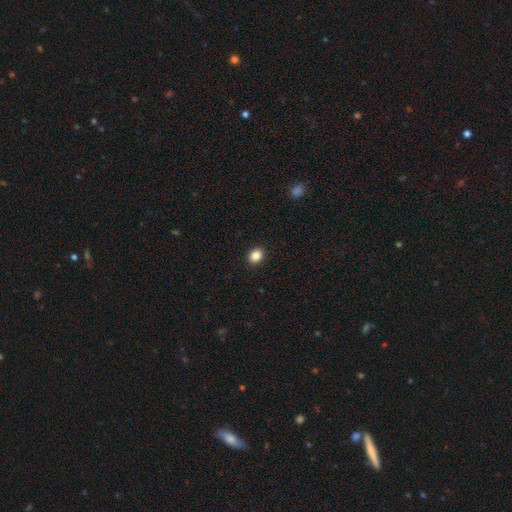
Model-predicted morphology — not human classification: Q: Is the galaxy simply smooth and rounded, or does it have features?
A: smooth — 86%.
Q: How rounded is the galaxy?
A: round — 59%.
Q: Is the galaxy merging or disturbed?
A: none — 92%.